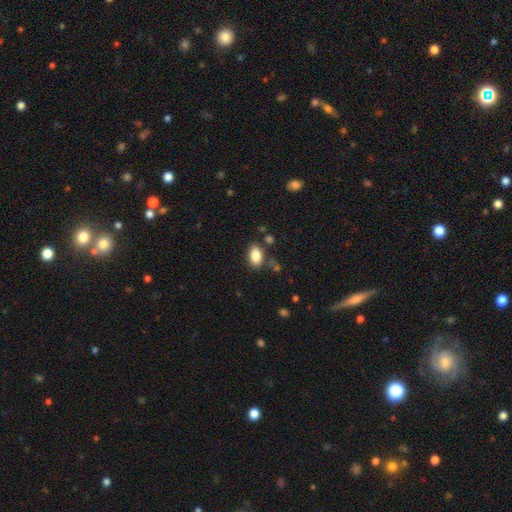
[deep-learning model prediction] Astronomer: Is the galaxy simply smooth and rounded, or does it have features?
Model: smooth — 85%.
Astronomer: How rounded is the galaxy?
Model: in between — 90%.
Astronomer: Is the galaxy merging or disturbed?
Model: none — 80%.